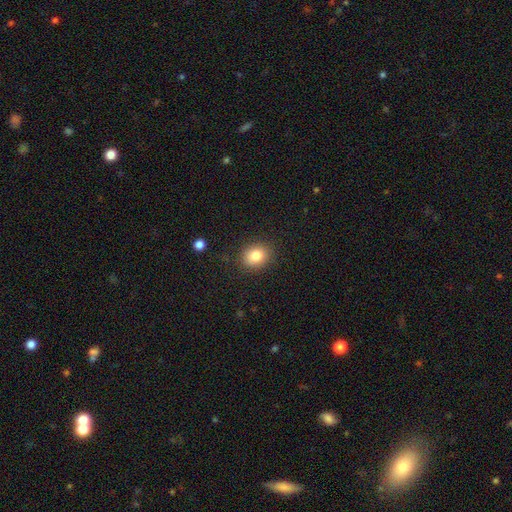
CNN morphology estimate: The model was most divided on "how rounded": round: 55%, in between: 44%, cigar-shaped: 1%. More confident: merging — none (87%); smooth or featured — smooth (82%).